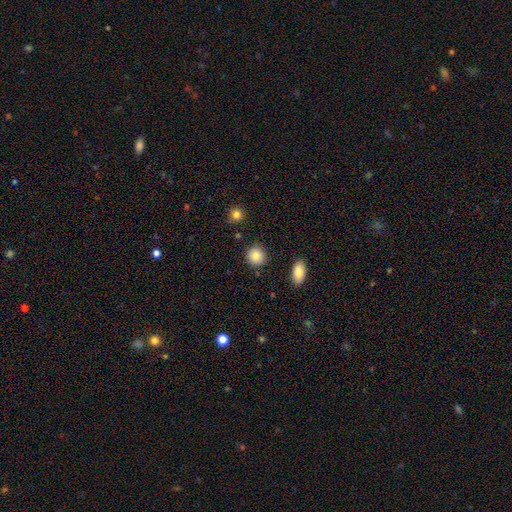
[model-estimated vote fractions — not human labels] Q: Smooth or featured?
A: smooth (85%); runner-up: star or artifact (9%)
Q: How rounded?
A: round (90%); runner-up: in between (9%)
Q: Merging?
A: none (88%); runner-up: minor disturbance (7%)